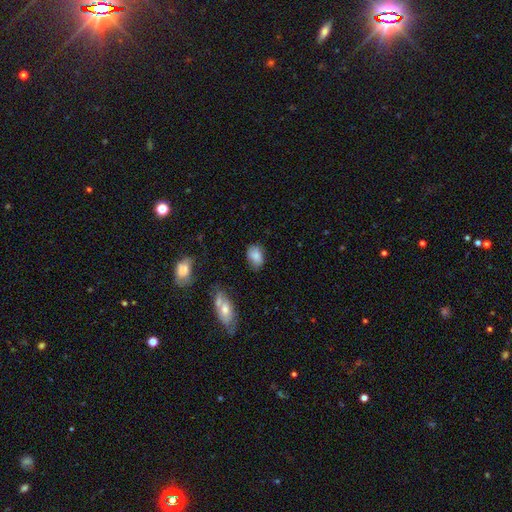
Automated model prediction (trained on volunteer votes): Smooth or featured? Predicted: smooth (p=0.83). How rounded? Predicted: in between (p=0.80). Merging? Predicted: none (p=0.72).